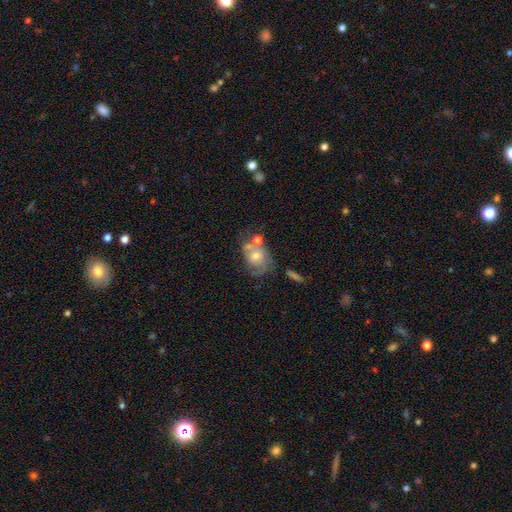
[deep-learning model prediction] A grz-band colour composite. It shows a featured or disk galaxy (56%) with no bar (74%), spiral arms (68%) and a moderate central bulge (49%). Merging: none (33%).